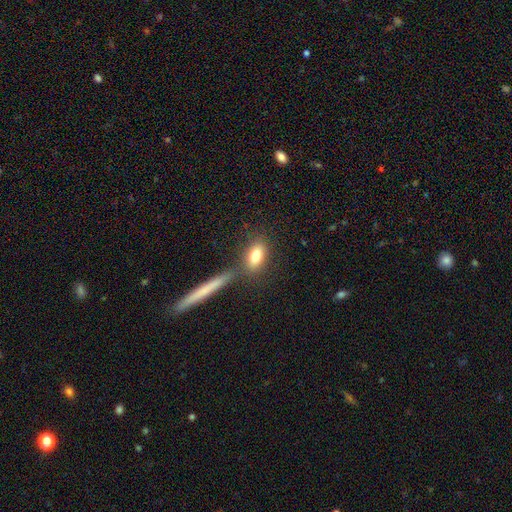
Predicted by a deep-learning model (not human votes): smooth-or-featured: smooth: 79% | featured or disk: 13% | star or artifact: 8%
  how-rounded: in between: 77% | cigar-shaped: 15% | round: 8%
  merging: none: 67% | merger: 16% | minor disturbance: 12% | major disturbance: 5%